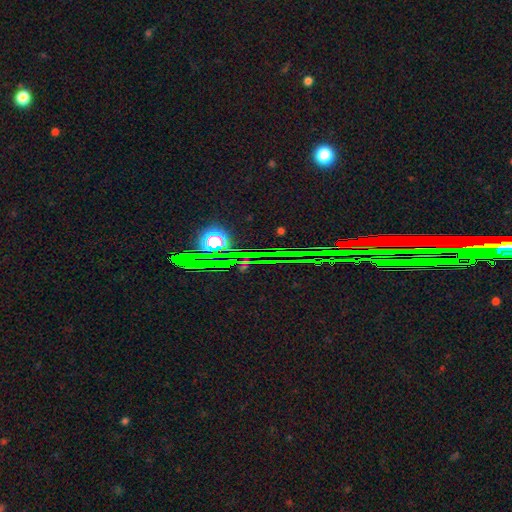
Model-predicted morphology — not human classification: Smooth or featured? Predicted: star or artifact (p=0.79).